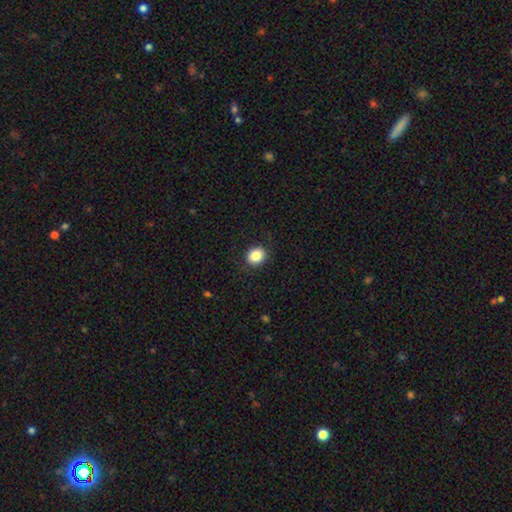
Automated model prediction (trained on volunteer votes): Smooth or featured? smooth (85%)
How rounded? round (68%)
Merging? none (87%)